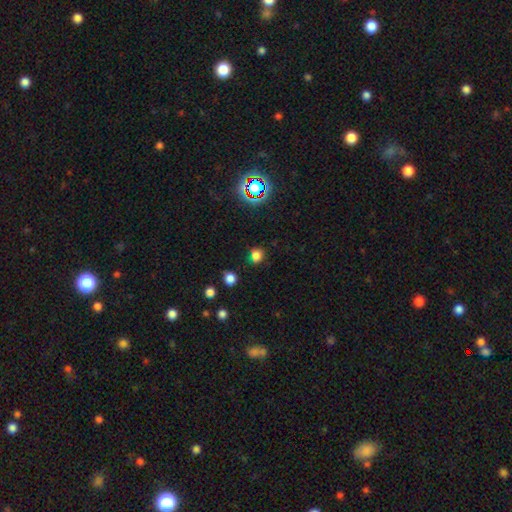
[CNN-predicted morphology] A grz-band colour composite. It shows a smooth galaxy with no disk features (69%) that is round (71%). Merging: none (73%).